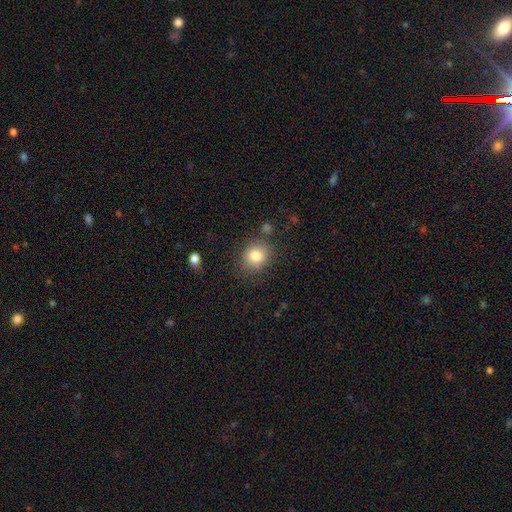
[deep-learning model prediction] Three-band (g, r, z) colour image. It shows a smooth galaxy with no disk features (81%) that is round (72%). Merging: none (80%).